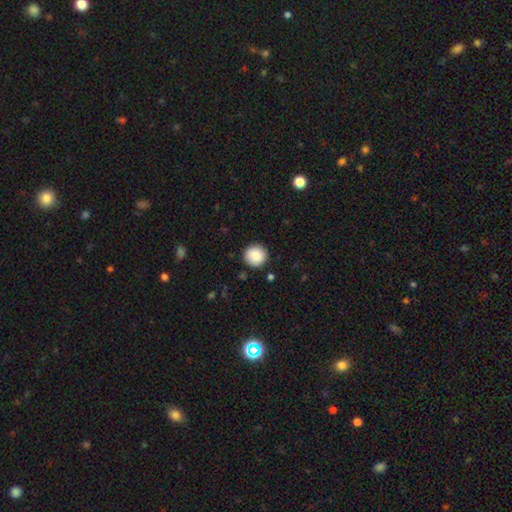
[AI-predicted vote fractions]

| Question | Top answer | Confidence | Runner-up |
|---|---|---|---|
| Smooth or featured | smooth | 87% | star or artifact (8%) |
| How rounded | round | 94% | in between (5%) |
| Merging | none | 90% | minor disturbance (6%) |